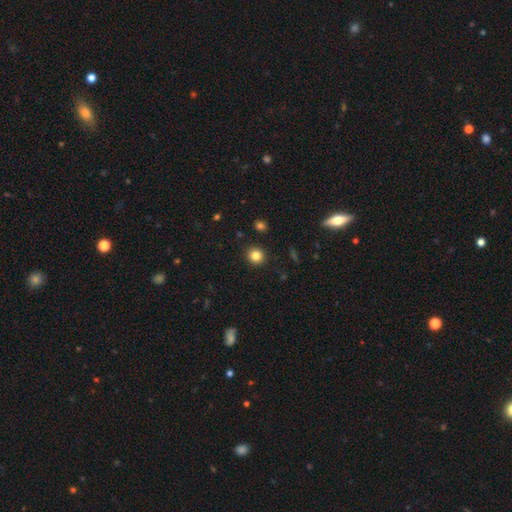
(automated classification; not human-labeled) This is clearly a smooth galaxy (83%). How rounded: clearly round (91%). Merging: clearly none (92%).